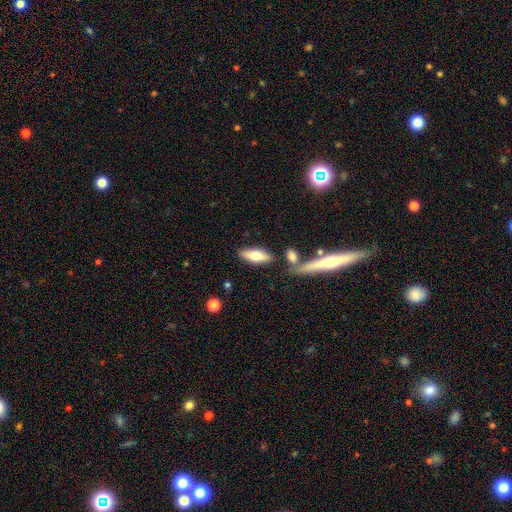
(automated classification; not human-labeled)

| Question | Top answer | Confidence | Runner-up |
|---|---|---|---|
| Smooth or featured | smooth | 59% | featured or disk (35%) |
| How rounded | in between | 60% | cigar-shaped (37%) |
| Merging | none | 76% | minor disturbance (11%) |